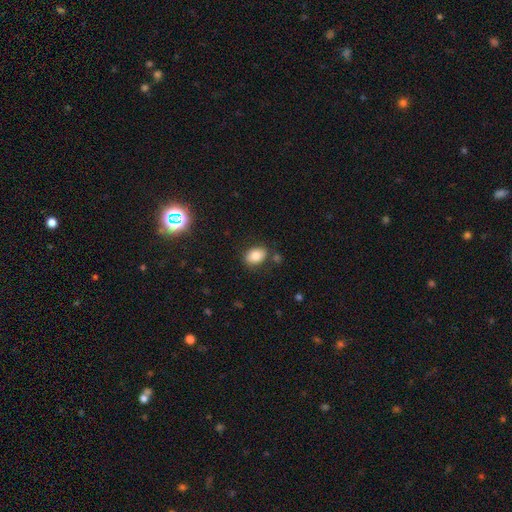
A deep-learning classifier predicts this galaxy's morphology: Smooth or featured? Predicted: smooth (p=0.81). How rounded? Predicted: in between (p=0.77). Merging? Predicted: none (p=0.80).